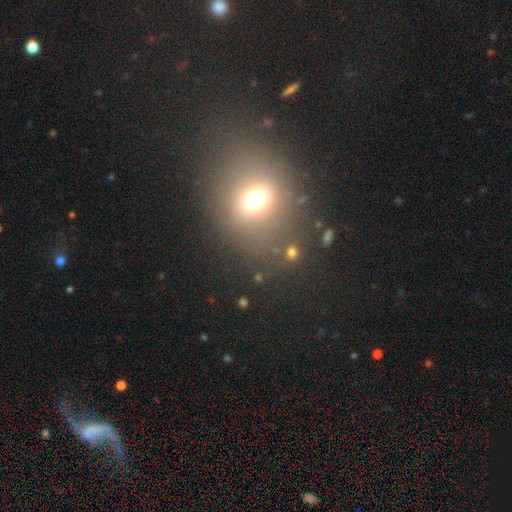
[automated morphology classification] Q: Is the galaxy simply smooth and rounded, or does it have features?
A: smooth — 56%.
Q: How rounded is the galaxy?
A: round — 53%.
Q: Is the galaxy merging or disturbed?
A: none — 76%.